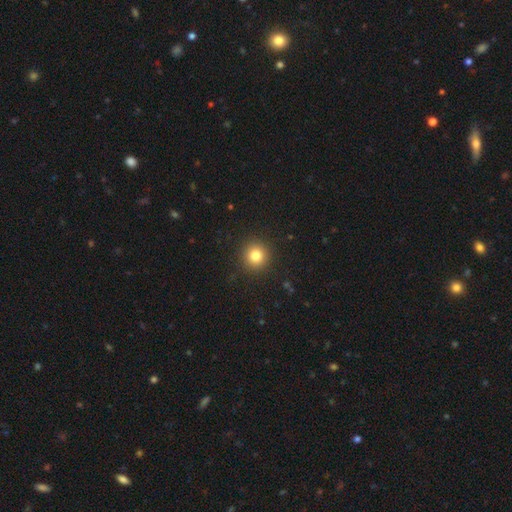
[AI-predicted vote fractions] Overall: smooth (80%). How rounded: round (95%). Merging: none (92%).